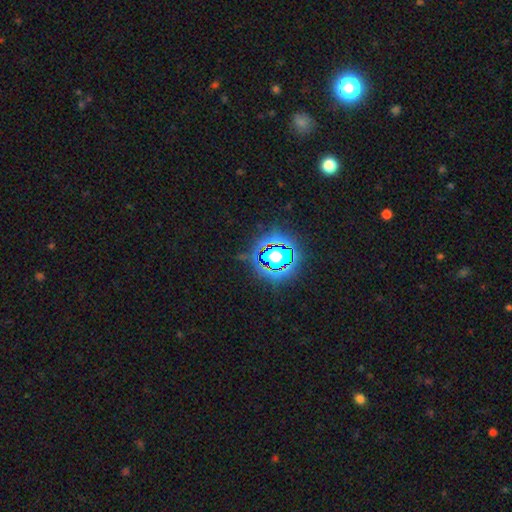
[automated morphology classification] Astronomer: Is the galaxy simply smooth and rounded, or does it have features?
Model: star or artifact — 82%.